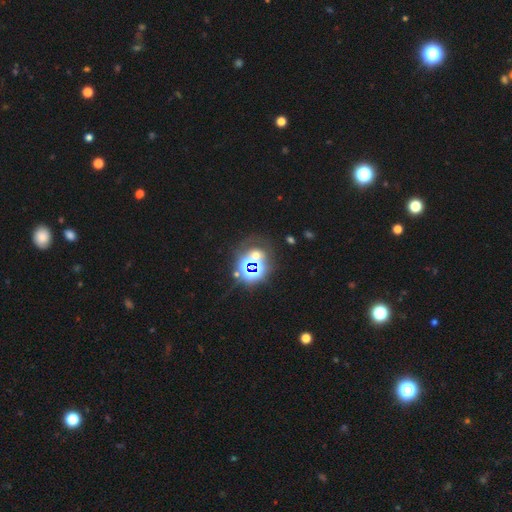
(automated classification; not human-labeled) A star or artifact, not a galaxy (65%).

Vote fractions:
- Smooth or featured? star or artifact: 65% / smooth: 23% / featured or disk: 12%